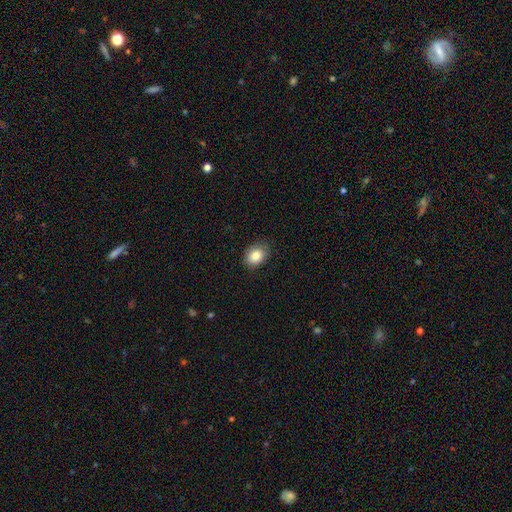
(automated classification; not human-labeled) Smooth or featured? smooth (84%)
How rounded? in between (70%)
Merging? none (83%)